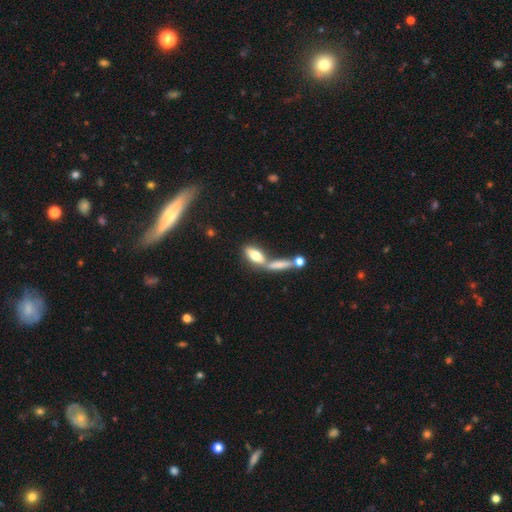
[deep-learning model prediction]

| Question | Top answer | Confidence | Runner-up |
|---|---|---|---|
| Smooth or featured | smooth | 64% | featured or disk (27%) |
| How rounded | in between | 65% | cigar-shaped (31%) |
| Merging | merger | 44% | none (39%) |